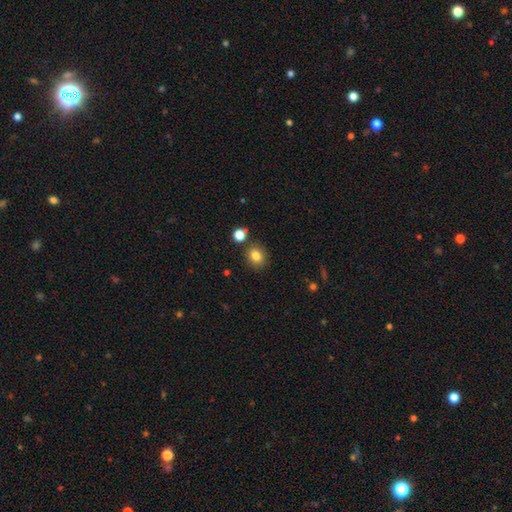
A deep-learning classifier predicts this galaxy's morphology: Q: Smooth or featured?
A: smooth (83%); runner-up: star or artifact (11%)
Q: How rounded?
A: round (69%); runner-up: in between (30%)
Q: Merging?
A: none (83%); runner-up: minor disturbance (9%)